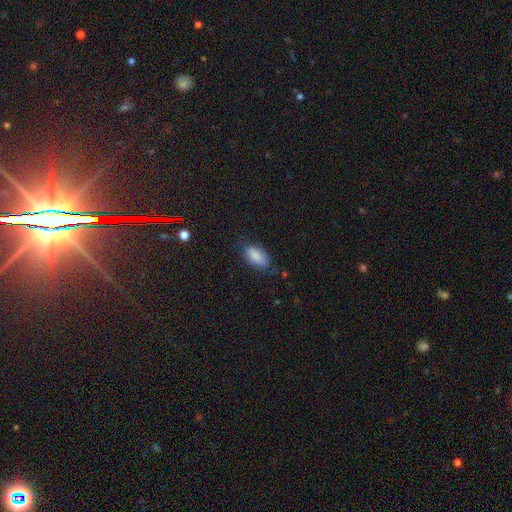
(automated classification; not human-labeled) Smooth or featured: smooth — 85% (featured or disk — 8%)
How rounded: in between — 92% (cigar-shaped — 5%)
Merging: none — 66% (minor disturbance — 26%)